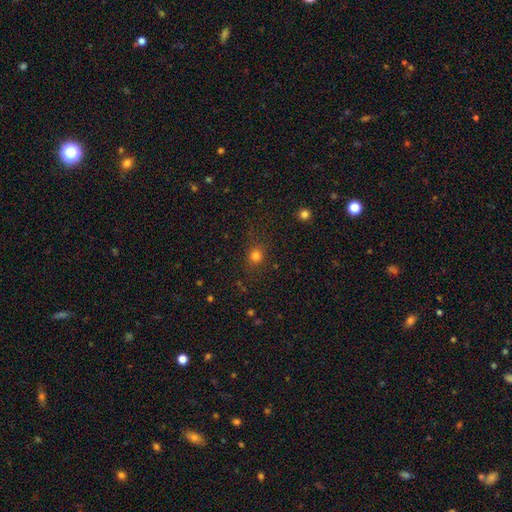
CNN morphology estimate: Smooth or featured?
  - smooth: 78% *
  - star or artifact: 16%
  - featured or disk: 6%
How rounded?
  - round: 82% *
  - in between: 16%
  - cigar-shaped: 1%
Merging?
  - none: 81% *
  - minor disturbance: 11%
  - major disturbance: 6%
  - merger: 2%